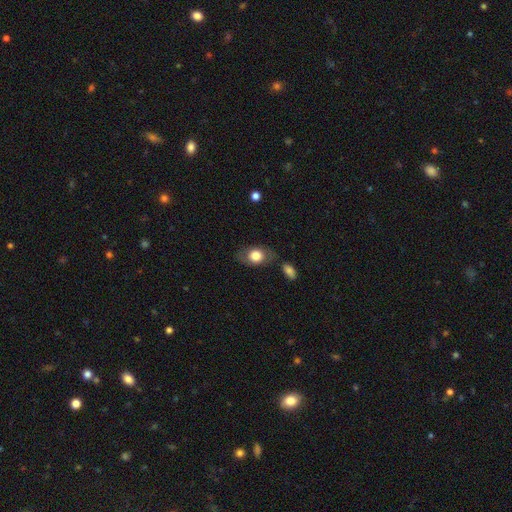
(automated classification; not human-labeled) A smooth galaxy with no disk features (73%) that is in between round and cigar-shaped (72%). Merging: none (72%).